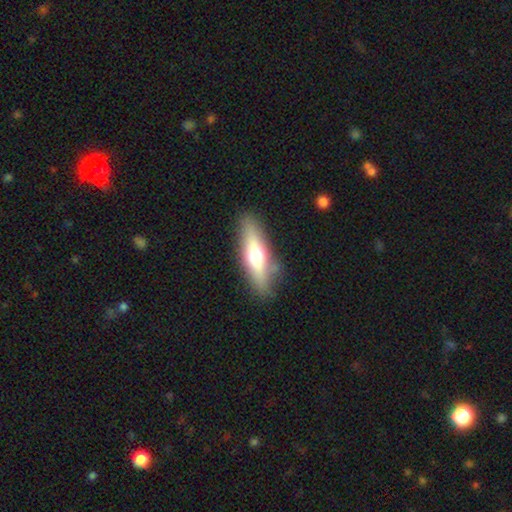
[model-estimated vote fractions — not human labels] Smooth or featured? smooth (51%)
How rounded? cigar-shaped (57%)
Merging? none (83%)